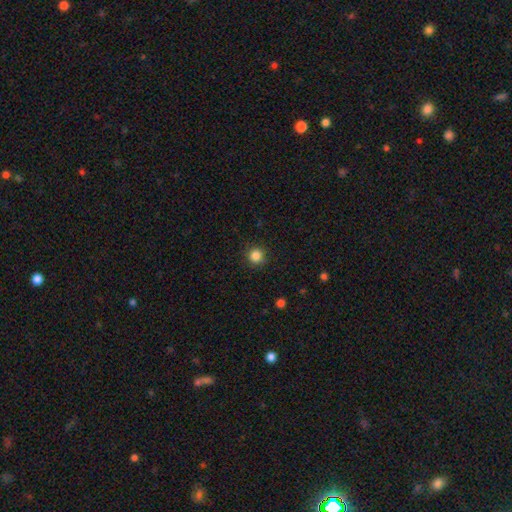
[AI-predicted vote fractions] A smooth galaxy with no disk features (85%) that is round (95%). Merging: none (90%).